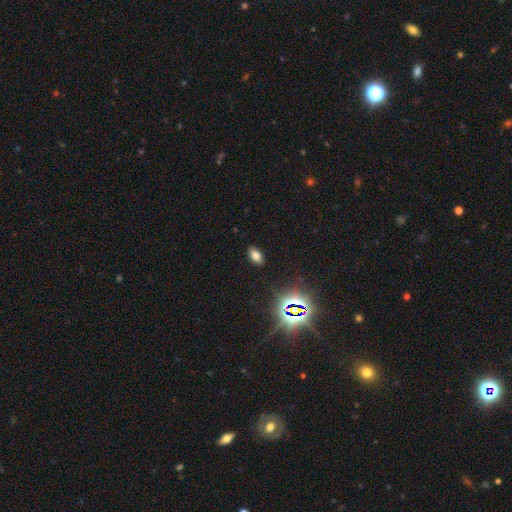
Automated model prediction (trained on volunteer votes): Smooth or featured?
  - smooth: 73% *
  - star or artifact: 20%
  - featured or disk: 8%
How rounded?
  - in between: 91% *
  - round: 6%
  - cigar-shaped: 3%
Merging?
  - none: 88% *
  - minor disturbance: 8%
  - major disturbance: 2%
  - merger: 1%